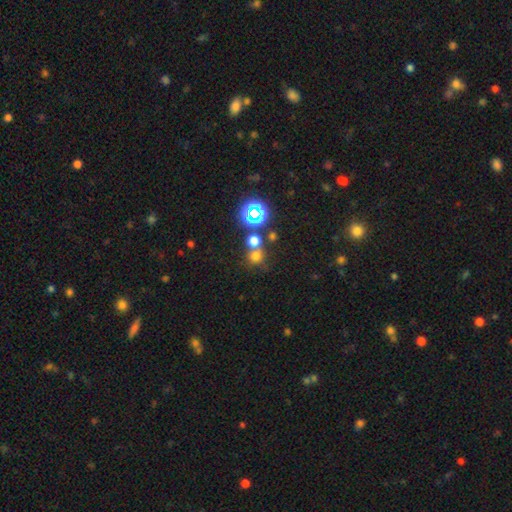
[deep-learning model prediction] Smooth or featured: smooth — 62% (star or artifact — 29%)
How rounded: round — 89% (in between — 10%)
Merging: none — 59% (merger — 30%)